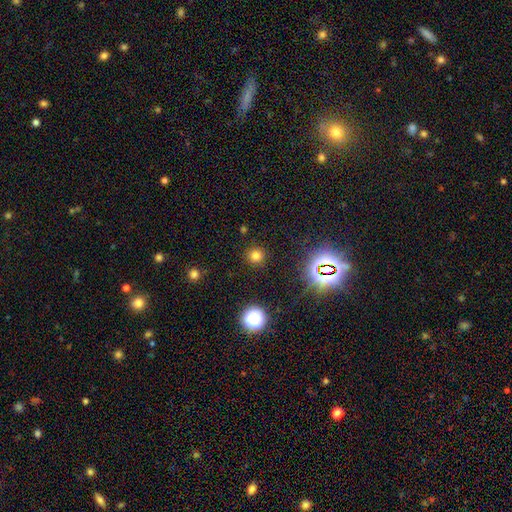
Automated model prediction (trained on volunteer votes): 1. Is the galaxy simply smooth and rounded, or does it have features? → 74% smooth, 21% star or artifact, 5% featured or disk.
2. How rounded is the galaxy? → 93% round, 6% in between, 1% cigar-shaped.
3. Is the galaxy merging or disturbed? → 90% none, 6% minor disturbance, 3% major disturbance, 1% merger.